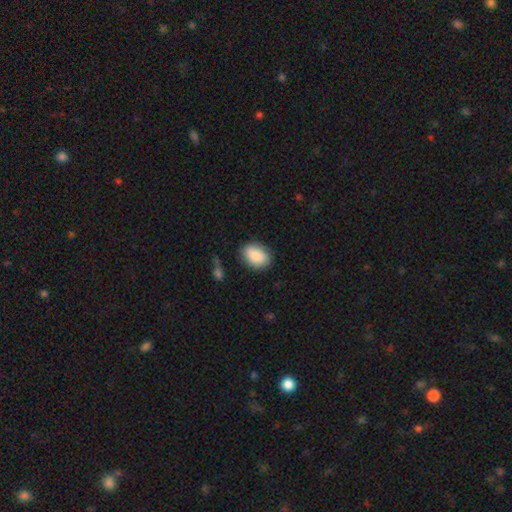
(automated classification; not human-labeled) The model was most divided on "how rounded": in between: 76%, round: 23%, cigar-shaped: 1%. More confident: smooth or featured — smooth (89%); merging — none (82%).